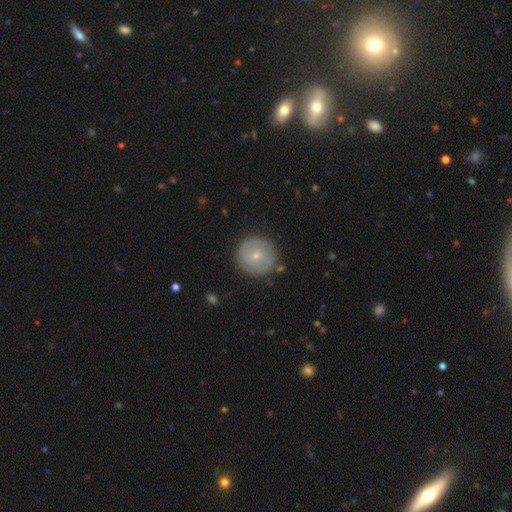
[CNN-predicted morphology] Smooth or featured: smooth — 65% (featured or disk — 29%)
How rounded: round — 95% (in between — 4%)
Merging: none — 88% (minor disturbance — 8%)